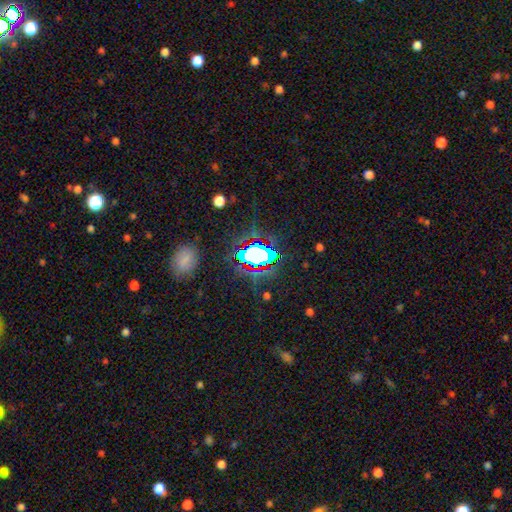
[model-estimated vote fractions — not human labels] A star or artifact, not a galaxy (62%).

Vote fractions:
- Smooth or featured? star or artifact: 62% / smooth: 24% / featured or disk: 14%